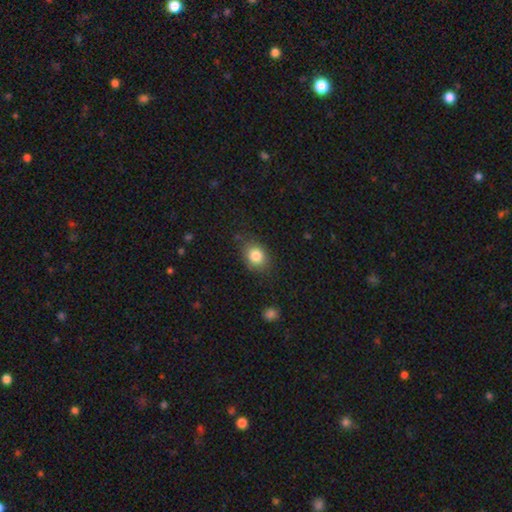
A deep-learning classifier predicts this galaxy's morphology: Smooth or featured: smooth — 83% (star or artifact — 10%)
How rounded: in between — 53% (round — 45%)
Merging: none — 77% (minor disturbance — 17%)